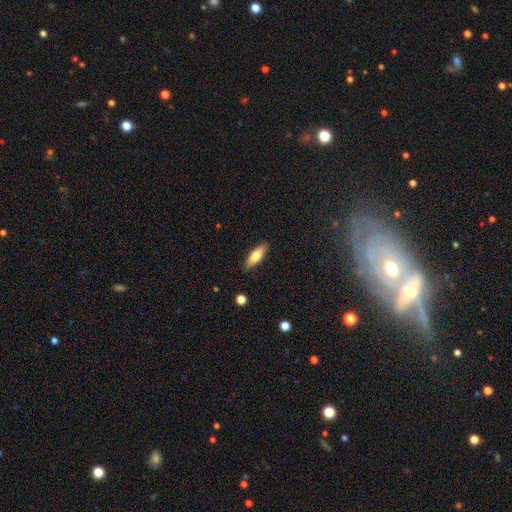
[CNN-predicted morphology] Smooth or featured: smooth — 76% (featured or disk — 17%)
How rounded: in between — 63% (cigar-shaped — 35%)
Merging: none — 88% (minor disturbance — 9%)